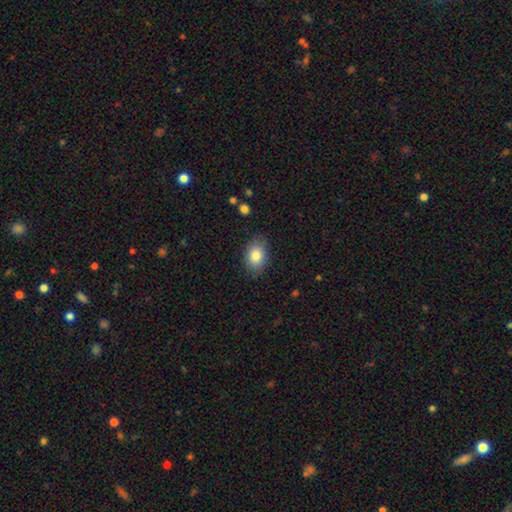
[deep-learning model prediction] Smooth or featured? smooth (84%)
How rounded? in between (79%)
Merging? none (82%)